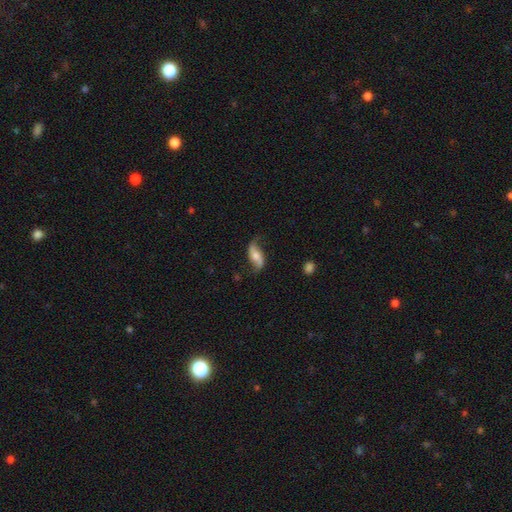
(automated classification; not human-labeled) smooth_or_featured: featured or disk (p=0.75) [alt: smooth p=0.19]
disk_edge_on: no (p=0.93) [alt: yes p=0.07]
bar: no (p=0.51) [alt: weak p=0.32]
has_spiral_arms: yes (p=0.93) [alt: no p=0.07]
spiral_winding: loose (p=0.85) [alt: medium p=0.11]
spiral_arm_count: 2 (p=0.92) [alt: can't tell p=0.02]
bulge_size: moderate (p=0.53) [alt: small p=0.30]
merging: none (p=0.71) [alt: minor disturbance p=0.19]